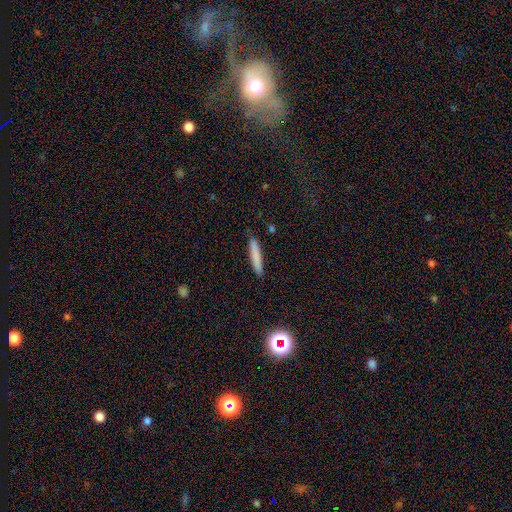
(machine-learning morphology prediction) type=smooth (81%); roundness=cigar-shaped (93%); merging=none (88%).